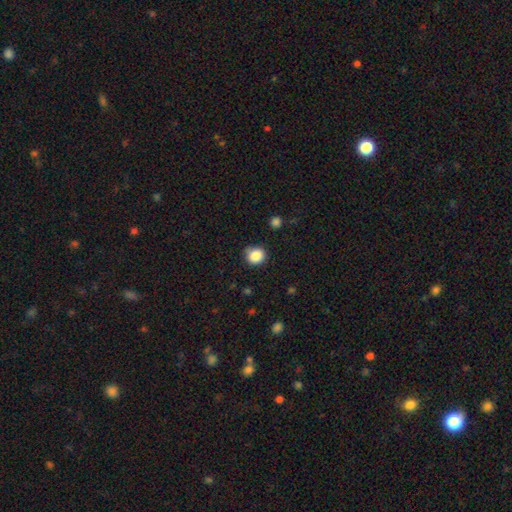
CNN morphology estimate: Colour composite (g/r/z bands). It shows a smooth galaxy with no disk features (86%) that is round (85%). Merging: none (82%).